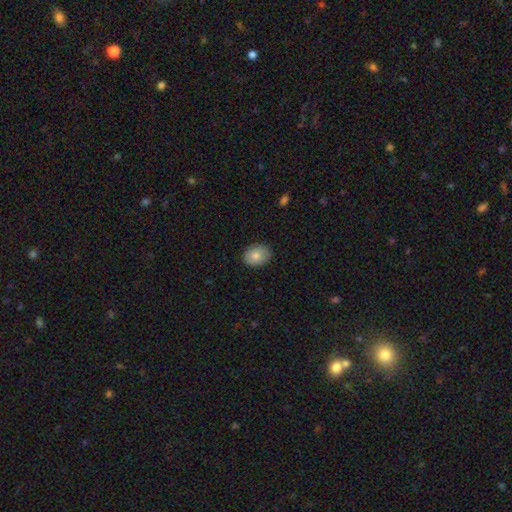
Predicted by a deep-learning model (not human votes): Smooth or featured: smooth — 82% (featured or disk — 10%)
How rounded: in between — 62% (round — 37%)
Merging: none — 87% (minor disturbance — 10%)